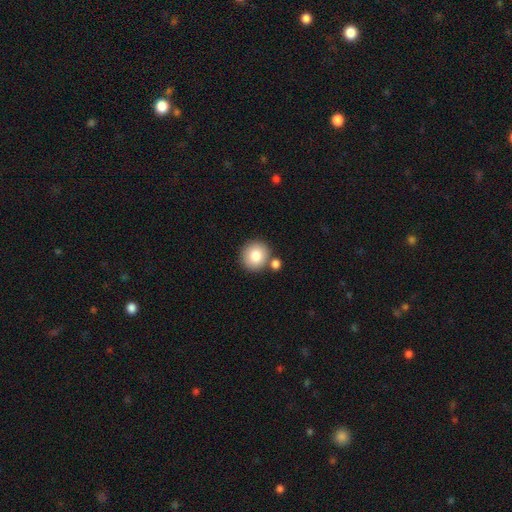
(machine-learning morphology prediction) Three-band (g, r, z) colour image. It shows a smooth galaxy with no disk features (81%) that is round (90%). Merging: none (74%).